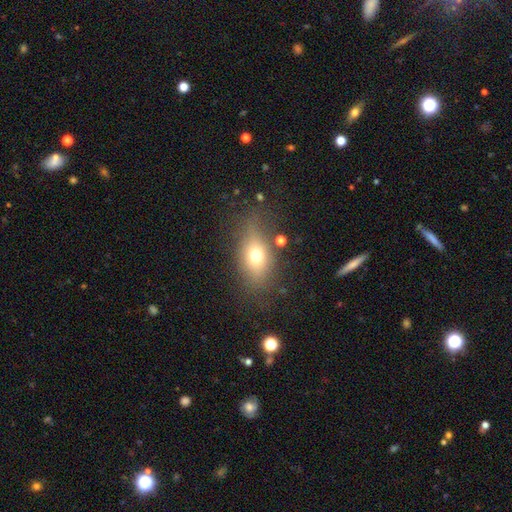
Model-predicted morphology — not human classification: This is likely a smooth galaxy (66%). How rounded: likely in between (73%). Merging: likely none (65%).